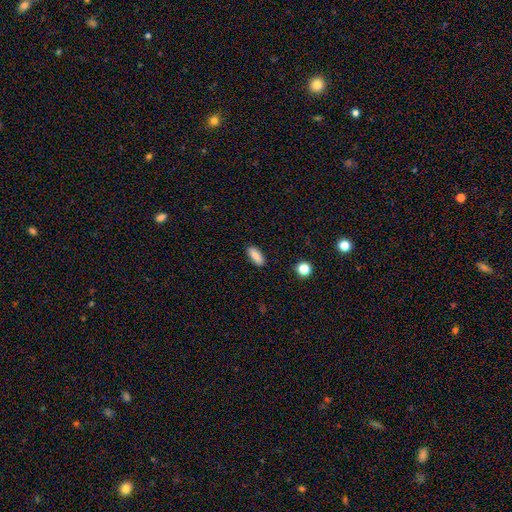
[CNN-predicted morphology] This is clearly a smooth galaxy (86%). How rounded: likely in between (78%). Merging: clearly none (88%).